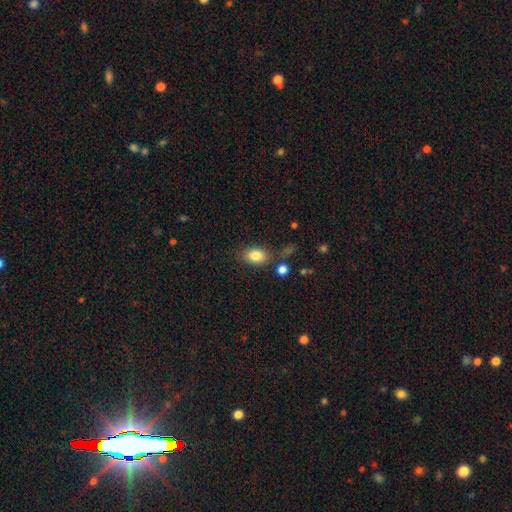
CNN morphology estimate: type=smooth (83%); roundness=in between (77%); merging=none (73%).